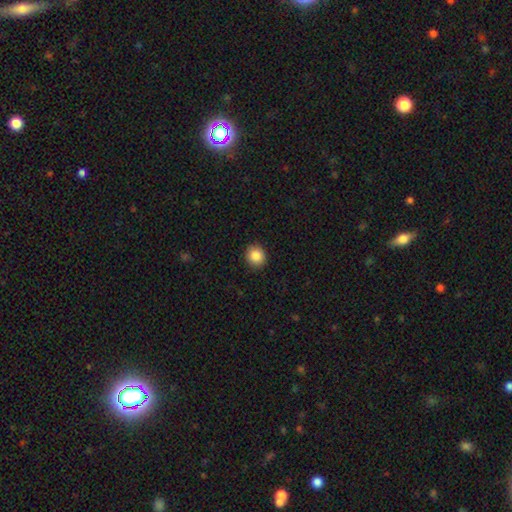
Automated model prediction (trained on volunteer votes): Morphology: type=smooth (87%); roundness=round (86%); merging=none (91%).